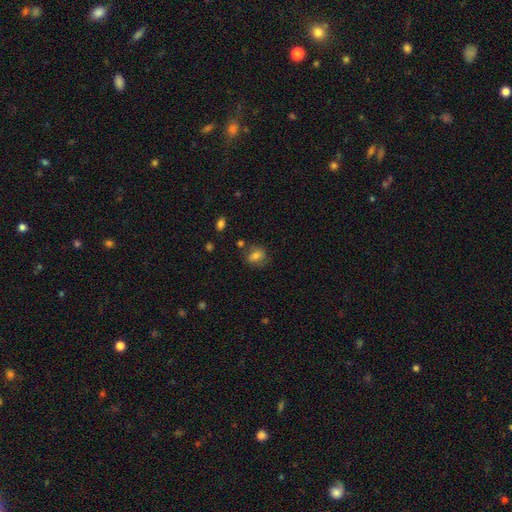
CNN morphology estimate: smooth-or-featured: smooth: 76% | featured or disk: 14% | star or artifact: 10%
  how-rounded: in between: 54% | round: 44% | cigar-shaped: 2%
  merging: none: 73% | minor disturbance: 17% | merger: 5% | major disturbance: 5%